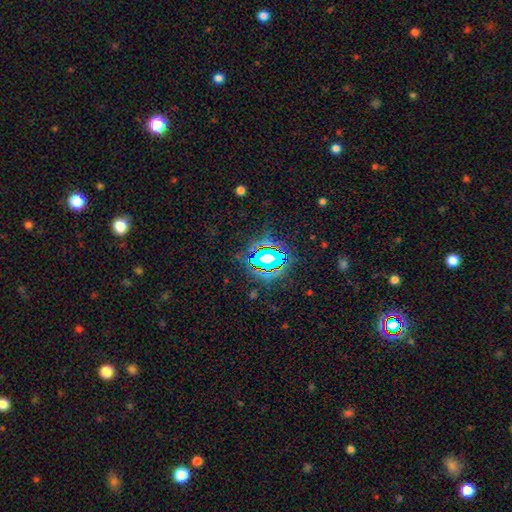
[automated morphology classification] smooth_or_featured: star or artifact (p=0.73) [alt: smooth p=0.17]